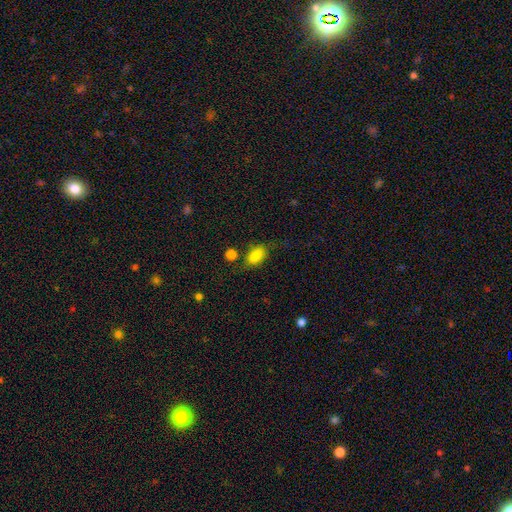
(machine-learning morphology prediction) A smooth galaxy with no disk features (84%) that is in between round and cigar-shaped (88%). Merging: none (62%).